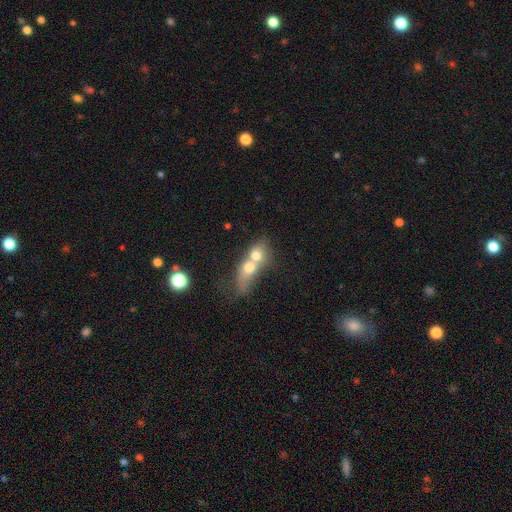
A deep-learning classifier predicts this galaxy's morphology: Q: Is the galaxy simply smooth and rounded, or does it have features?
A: smooth — 64%.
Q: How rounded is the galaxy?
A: in between — 49%.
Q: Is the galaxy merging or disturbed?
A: merger — 82%.